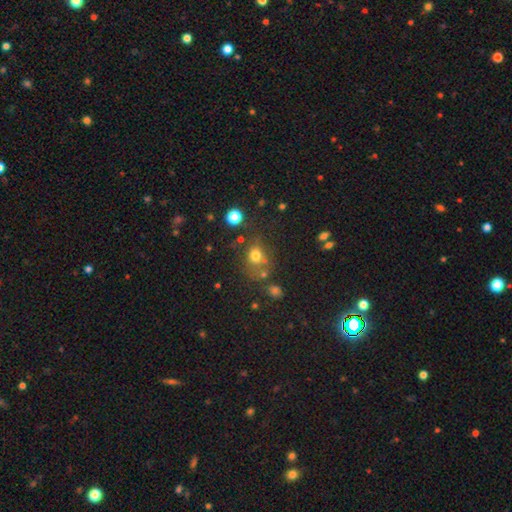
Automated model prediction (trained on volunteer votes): This appears to be a smooth galaxy with no disk features (70%) that is round (62%). Merging: none (54%).